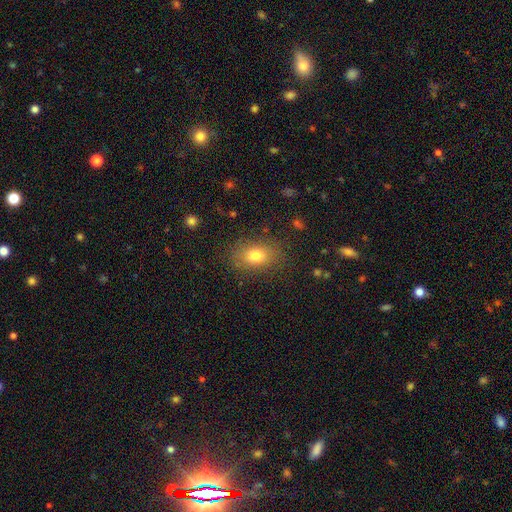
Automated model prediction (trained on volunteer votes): This is likely a smooth galaxy (78%). How rounded: likely in between (80%). Merging: clearly none (83%).